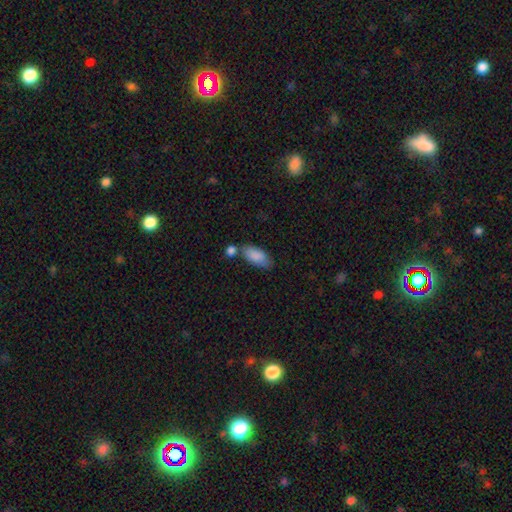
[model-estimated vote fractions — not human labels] smooth_or_featured: smooth (p=0.87) [alt: featured or disk p=0.07]
how_rounded: in between (p=0.89) [alt: cigar-shaped p=0.08]
merging: none (p=0.54) [alt: merger p=0.24]